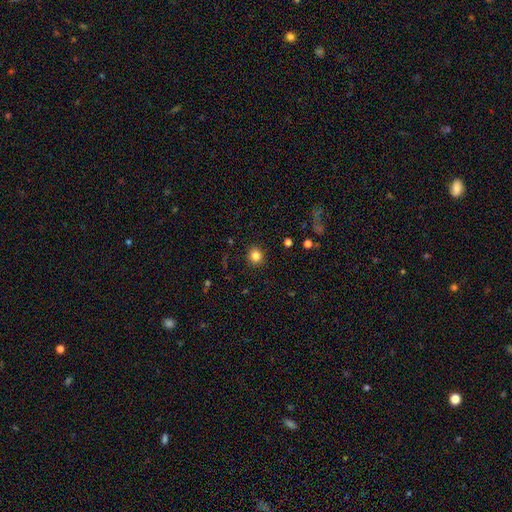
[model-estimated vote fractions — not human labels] A smooth galaxy with no disk features (83%) that is round (88%). Merging: none (91%).